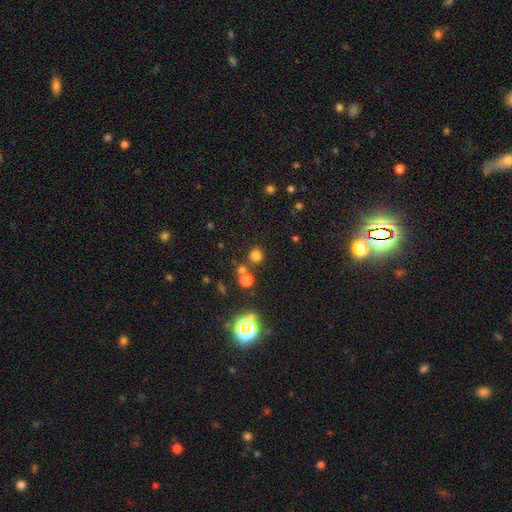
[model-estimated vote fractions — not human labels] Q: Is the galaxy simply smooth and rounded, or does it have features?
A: smooth — 72%.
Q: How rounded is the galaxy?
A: round — 87%.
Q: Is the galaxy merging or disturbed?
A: none — 74%.